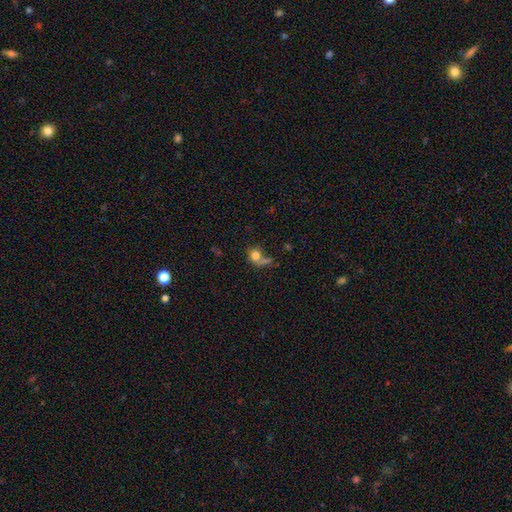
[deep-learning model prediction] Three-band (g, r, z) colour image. It shows a smooth galaxy with no disk features (73%) that is round (68%). Merging: none (35%).